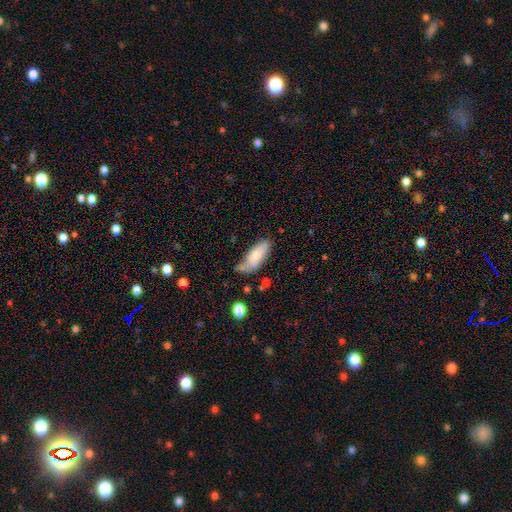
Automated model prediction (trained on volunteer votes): Smooth or featured? smooth (76%)
How rounded? in between (76%)
Merging? none (49%)